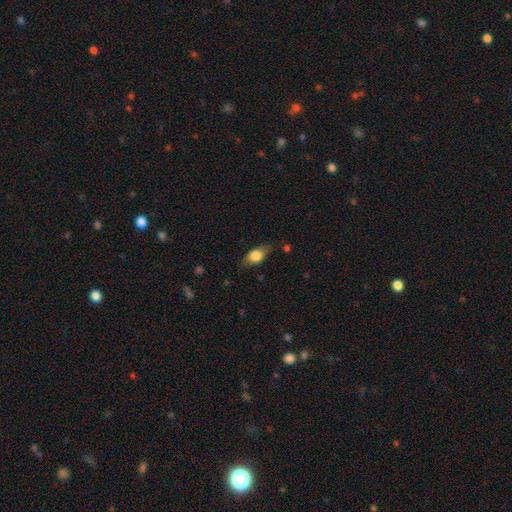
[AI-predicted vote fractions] smooth 77%, featured or disk 16%, star or artifact 7%. Down the decision tree: how rounded — in between (81%); merging — none (71%).